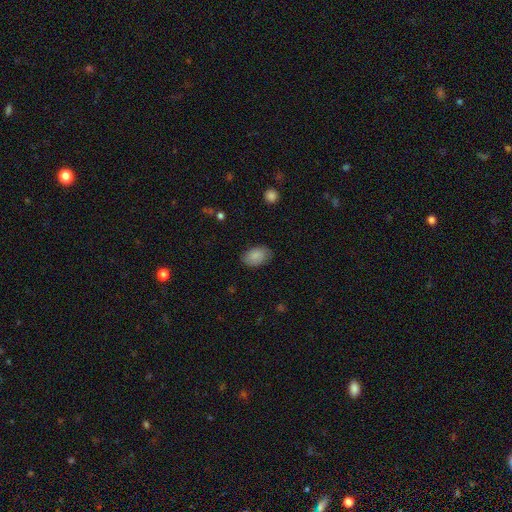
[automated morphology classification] Overall: smooth (85%). How rounded: in between (89%). Merging: none (82%).